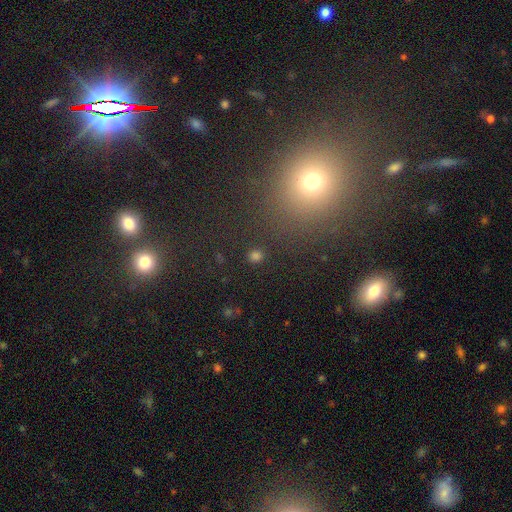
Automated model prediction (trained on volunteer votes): A smooth galaxy with no disk features (64%) that is round (81%). Merging: none (87%).